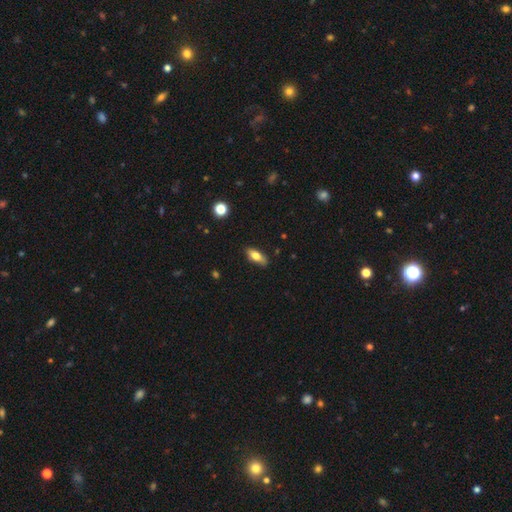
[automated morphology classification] Q: Smooth or featured?
A: smooth (68%); runner-up: featured or disk (25%)
Q: How rounded?
A: in between (74%); runner-up: cigar-shaped (22%)
Q: Merging?
A: none (84%); runner-up: minor disturbance (12%)